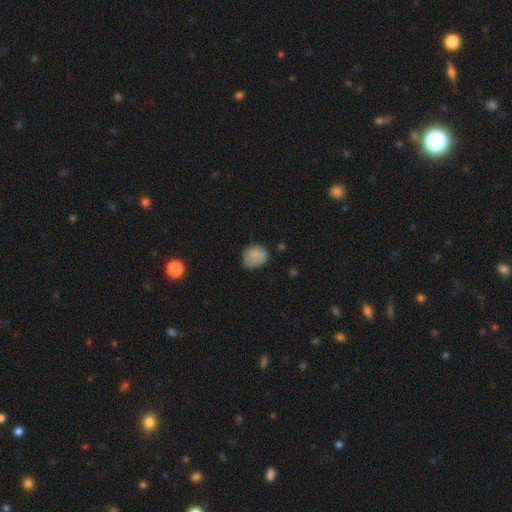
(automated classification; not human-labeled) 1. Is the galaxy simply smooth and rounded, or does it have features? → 80% smooth, 10% featured or disk, 10% star or artifact.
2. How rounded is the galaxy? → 50% in between, 49% round, 1% cigar-shaped.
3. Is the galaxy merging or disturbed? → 58% none, 31% minor disturbance, 9% major disturbance, 3% merger.